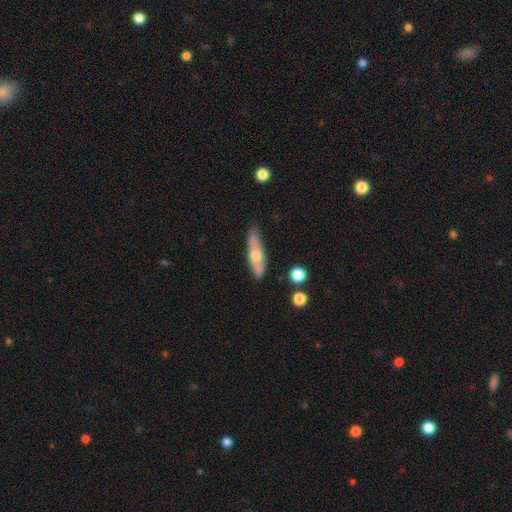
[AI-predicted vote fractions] smooth-or-featured: smooth: 53% | featured or disk: 41% | star or artifact: 6%
  how-rounded: cigar-shaped: 64% | in between: 33% | round: 3%
  merging: none: 78% | minor disturbance: 16% | major disturbance: 3% | merger: 2%